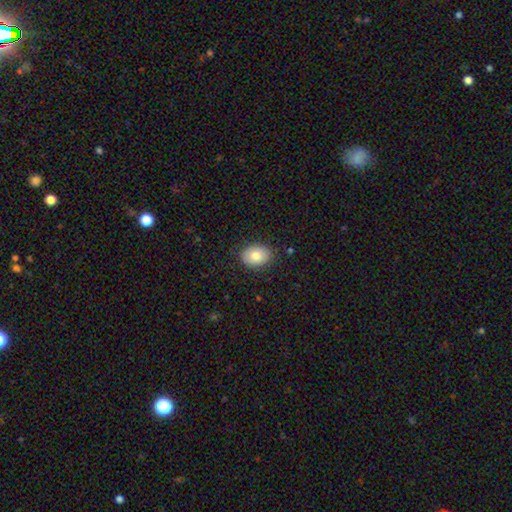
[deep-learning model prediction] Smooth or featured? Predicted: smooth (p=0.80). How rounded? Predicted: in between (p=0.72). Merging? Predicted: none (p=0.85).